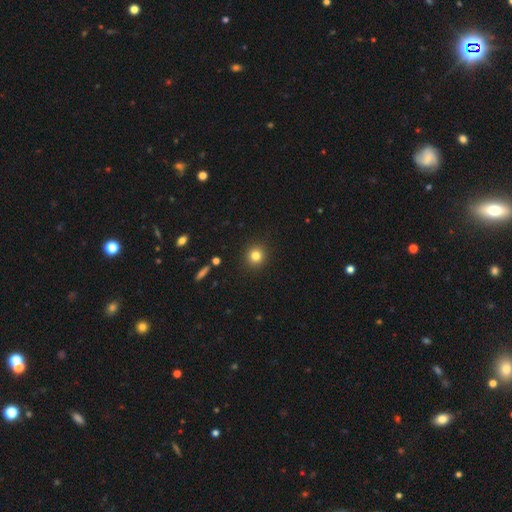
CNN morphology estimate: A smooth galaxy with no disk features (81%) that is round (92%).

Vote fractions:
- Smooth or featured? smooth: 81% / star or artifact: 12% / featured or disk: 7%
- How rounded? round: 92% / in between: 7% / cigar-shaped: 1%
- Merging? none: 92% / minor disturbance: 5% / major disturbance: 2% / merger: 1%